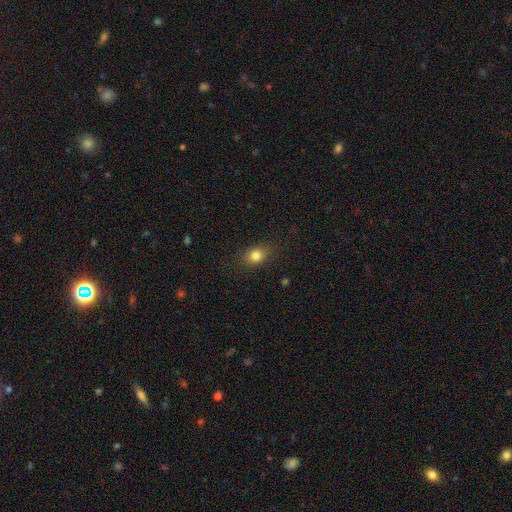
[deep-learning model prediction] Q: Smooth or featured?
A: smooth (81%); runner-up: star or artifact (11%)
Q: How rounded?
A: in between (55%); runner-up: round (43%)
Q: Merging?
A: none (83%); runner-up: minor disturbance (12%)